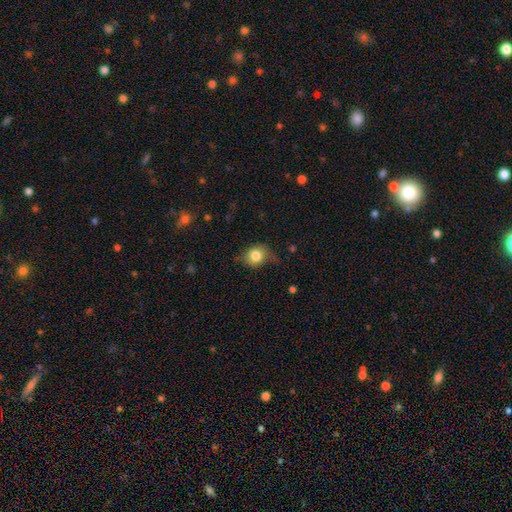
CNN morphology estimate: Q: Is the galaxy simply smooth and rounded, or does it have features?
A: smooth — 80%.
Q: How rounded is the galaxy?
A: round — 69%.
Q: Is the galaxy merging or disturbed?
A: none — 54%.